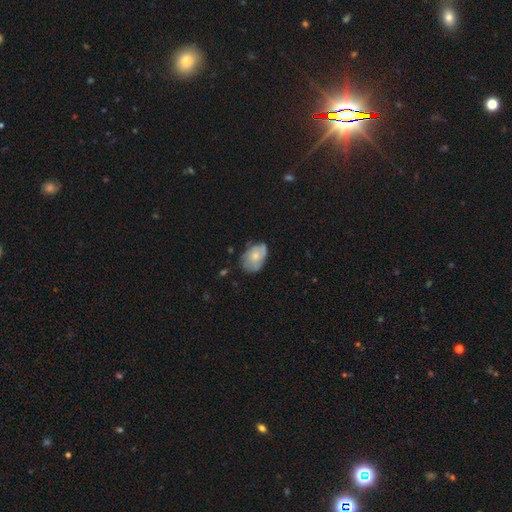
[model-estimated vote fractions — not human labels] smooth 59%, featured or disk 33%, star or artifact 7%. Down the decision tree: how rounded — in between (81%); merging — none (54%).